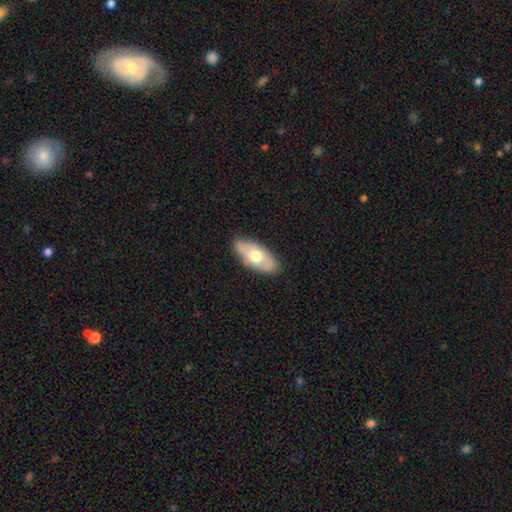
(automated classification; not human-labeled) The model was most divided on "smooth or featured": smooth: 57%, featured or disk: 38%, star or artifact: 5%. More confident: how rounded — in between (88%); merging — none (83%).